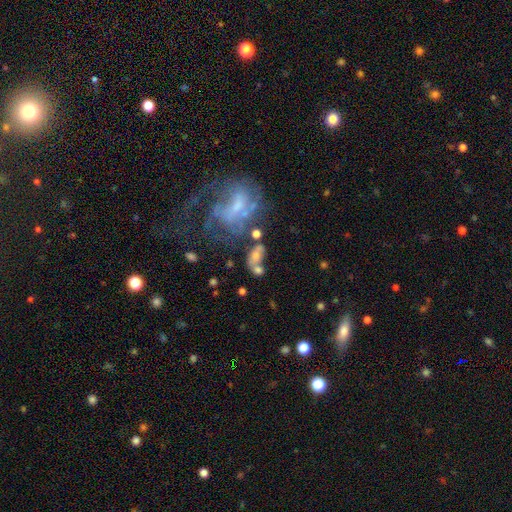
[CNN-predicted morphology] Smooth or featured? smooth (52%)
How rounded? in between (79%)
Merging? merger (37%)